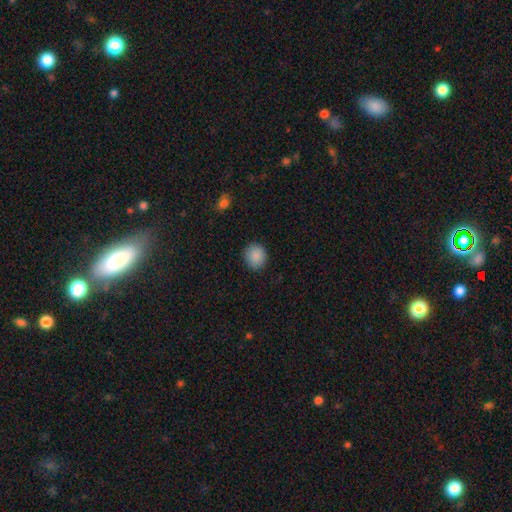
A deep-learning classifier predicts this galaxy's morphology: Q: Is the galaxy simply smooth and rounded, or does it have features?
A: smooth — 88%.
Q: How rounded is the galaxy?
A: round — 83%.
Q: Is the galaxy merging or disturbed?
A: none — 89%.